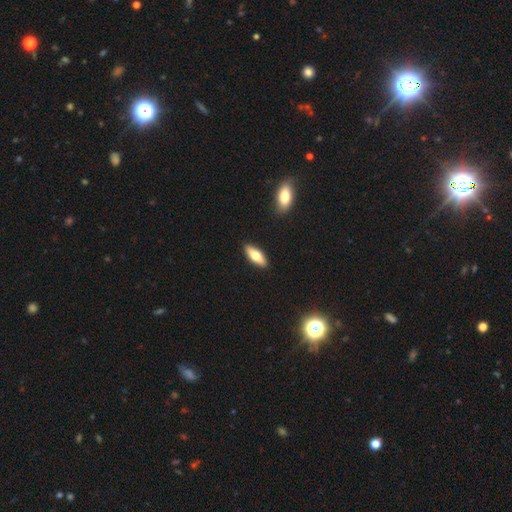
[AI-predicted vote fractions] smooth-or-featured: smooth: 64% | featured or disk: 31% | star or artifact: 5%
  how-rounded: in between: 60% | cigar-shaped: 38% | round: 2%
  merging: none: 90% | minor disturbance: 7% | major disturbance: 2% | merger: 2%